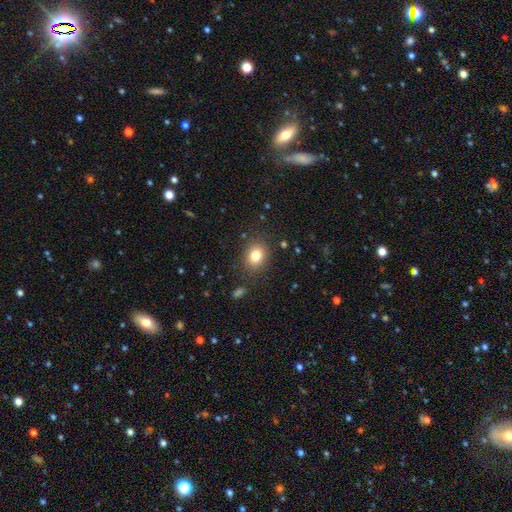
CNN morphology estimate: This appears to be a smooth galaxy with no disk features (80%) that is round (55%). Merging: none (86%).